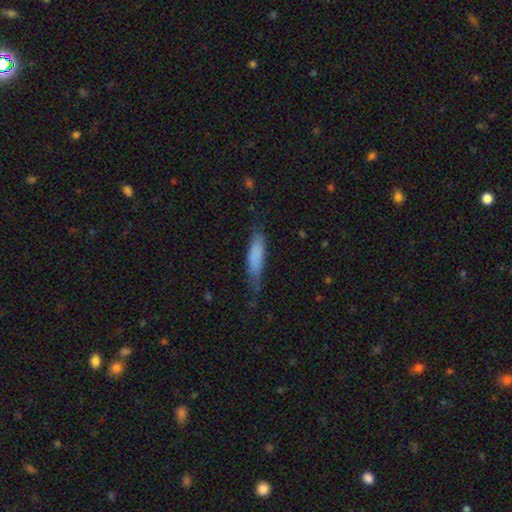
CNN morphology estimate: Smooth or featured: smooth — 77% (featured or disk — 16%)
How rounded: cigar-shaped — 71% (in between — 28%)
Merging: none — 53% (minor disturbance — 34%)